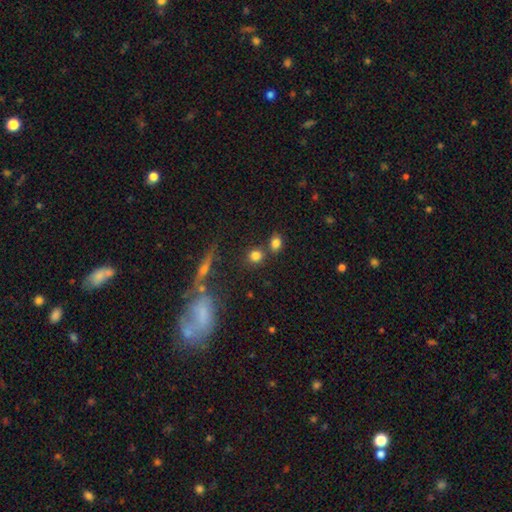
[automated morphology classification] This is likely a smooth galaxy (79%). How rounded: likely round (77%). Merging: likely none (68%).